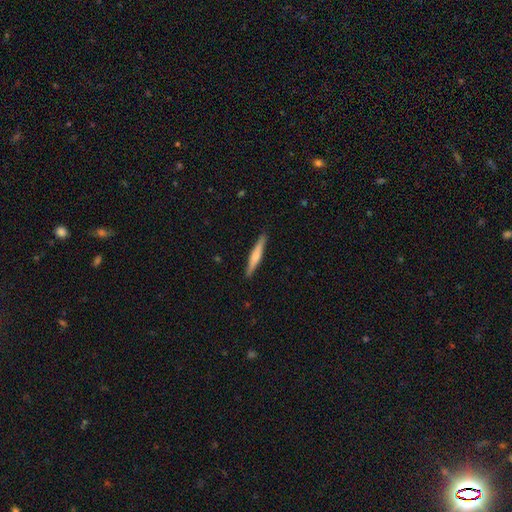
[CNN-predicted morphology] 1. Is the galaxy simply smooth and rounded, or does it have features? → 53% smooth, 42% featured or disk, 5% star or artifact.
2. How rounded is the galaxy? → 93% cigar-shaped, 5% in between, 1% round.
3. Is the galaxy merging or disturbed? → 90% none, 7% minor disturbance, 1% major disturbance, 1% merger.